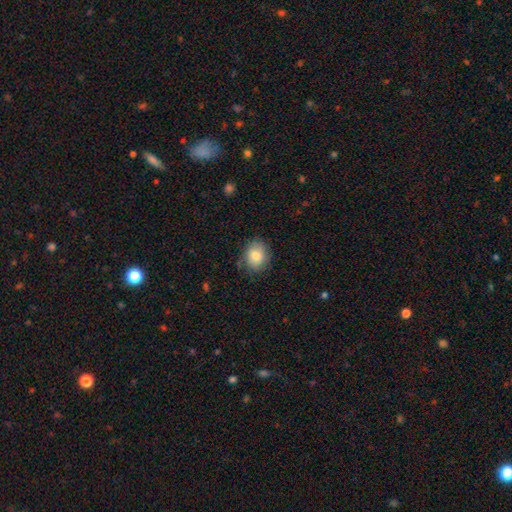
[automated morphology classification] smooth-or-featured: smooth: 81% | featured or disk: 10% | star or artifact: 8%
  how-rounded: round: 59% | in between: 40% | cigar-shaped: 1%
  merging: none: 78% | minor disturbance: 17% | major disturbance: 4% | merger: 1%